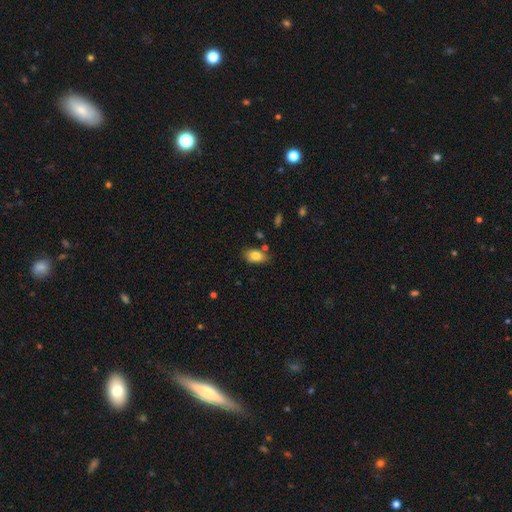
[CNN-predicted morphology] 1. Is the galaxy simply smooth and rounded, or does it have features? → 82% smooth, 9% featured or disk, 8% star or artifact.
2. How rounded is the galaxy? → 88% in between, 9% round, 2% cigar-shaped.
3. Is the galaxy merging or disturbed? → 73% none, 17% minor disturbance, 6% merger, 4% major disturbance.